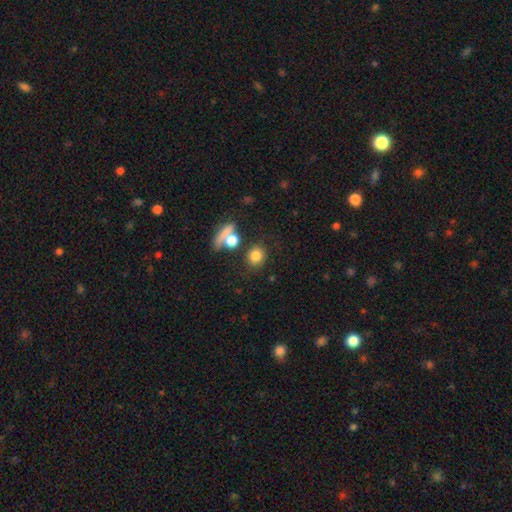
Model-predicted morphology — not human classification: Q: Smooth or featured?
A: smooth (80%); runner-up: star or artifact (12%)
Q: How rounded?
A: round (80%); runner-up: in between (18%)
Q: Merging?
A: none (68%); runner-up: merger (16%)